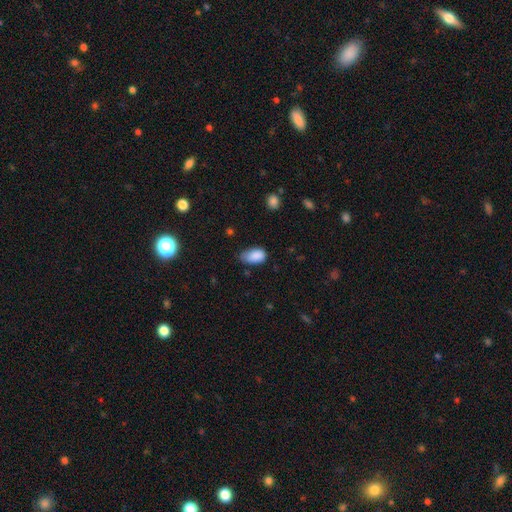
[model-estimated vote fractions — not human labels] smooth_or_featured: smooth (p=0.87) [alt: star or artifact p=0.08]
how_rounded: in between (p=0.92) [alt: round p=0.07]
merging: none (p=0.46) [alt: minor disturbance p=0.43]